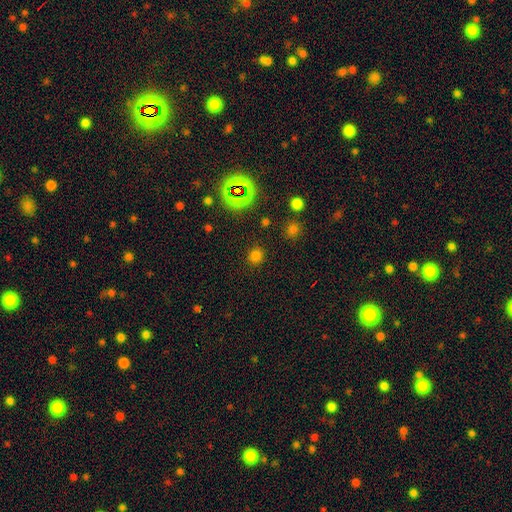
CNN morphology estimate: A smooth galaxy with no disk features (71%) that is round (87%). Merging: none (88%).